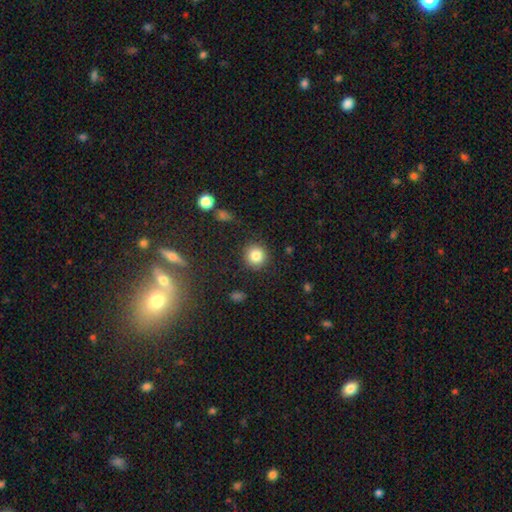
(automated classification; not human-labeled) A smooth galaxy with no disk features (83%) that is round (93%). Merging: none (89%).